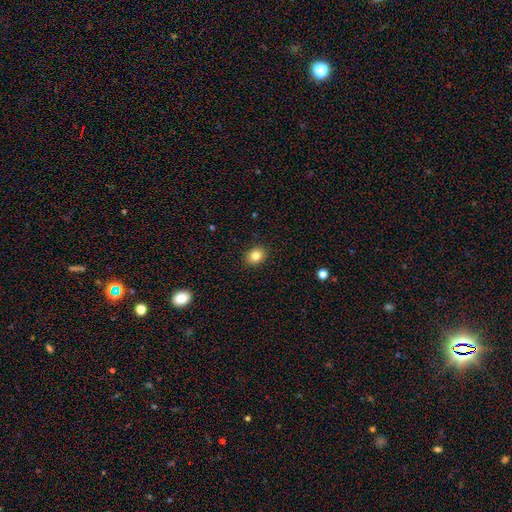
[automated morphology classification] Smooth or featured? Predicted: smooth (p=0.83). How rounded? Predicted: round (p=0.56). Merging? Predicted: none (p=0.90).